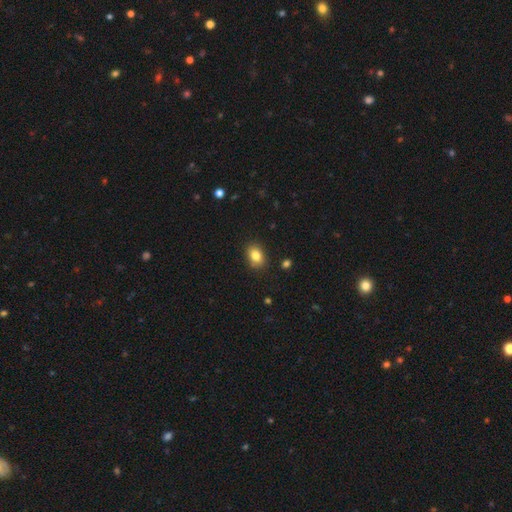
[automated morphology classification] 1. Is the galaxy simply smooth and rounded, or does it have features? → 84% smooth, 9% star or artifact, 7% featured or disk.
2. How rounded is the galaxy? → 76% in between, 23% round, 1% cigar-shaped.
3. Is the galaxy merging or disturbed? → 85% none, 11% minor disturbance, 2% major disturbance, 2% merger.